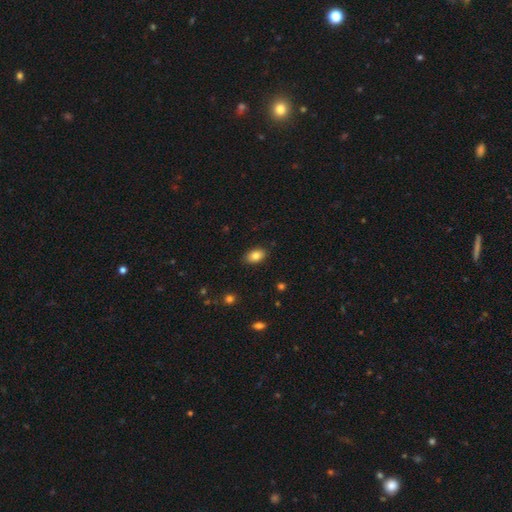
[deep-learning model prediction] This is clearly a smooth galaxy (84%). How rounded: clearly in between (89%). Merging: clearly none (87%).